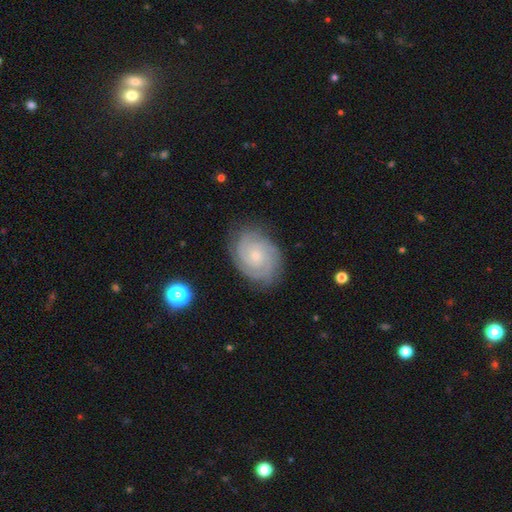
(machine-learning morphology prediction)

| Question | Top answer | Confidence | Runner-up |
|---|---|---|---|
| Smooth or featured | featured or disk | 85% | smooth (10%) |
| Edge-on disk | no | 98% | yes (2%) |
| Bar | no | 75% | weak (21%) |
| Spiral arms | yes | 97% | no (3%) |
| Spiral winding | tight | 77% | medium (20%) |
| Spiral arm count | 3 | 30% | 2 (24%) |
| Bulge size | small | 73% | moderate (23%) |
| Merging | none | 81% | minor disturbance (14%) |